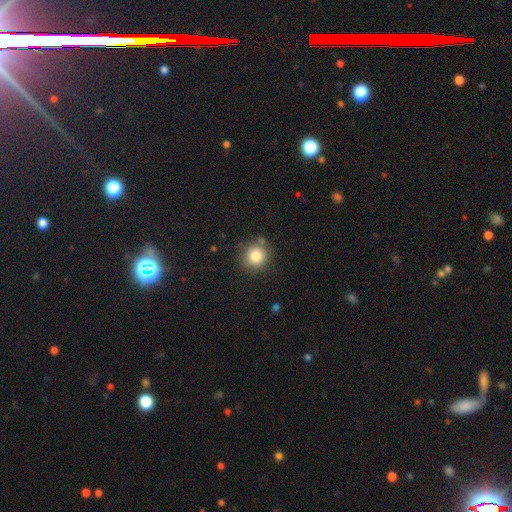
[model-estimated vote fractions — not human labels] This appears to be a smooth galaxy with no disk features (83%) that is round (90%). Merging: none (80%).